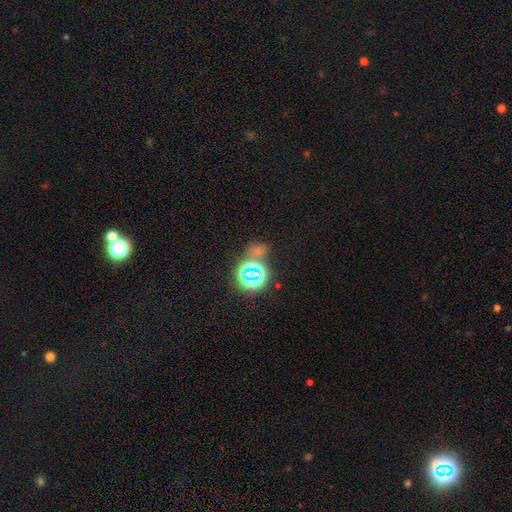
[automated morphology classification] This appears to be a star or artifact, not a galaxy (65%).